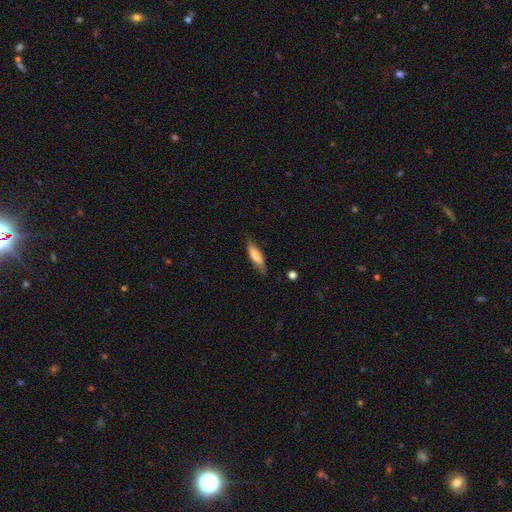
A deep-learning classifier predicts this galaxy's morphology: Smooth or featured: smooth — 75% (featured or disk — 18%)
How rounded: cigar-shaped — 63% (in between — 35%)
Merging: none — 77% (minor disturbance — 18%)